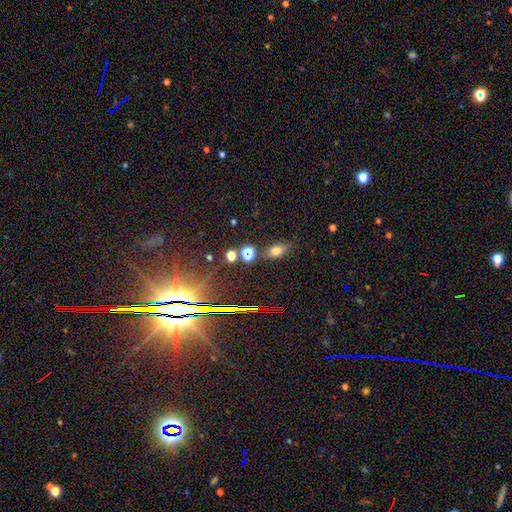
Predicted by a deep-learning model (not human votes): A star or artifact, not a galaxy (79%).